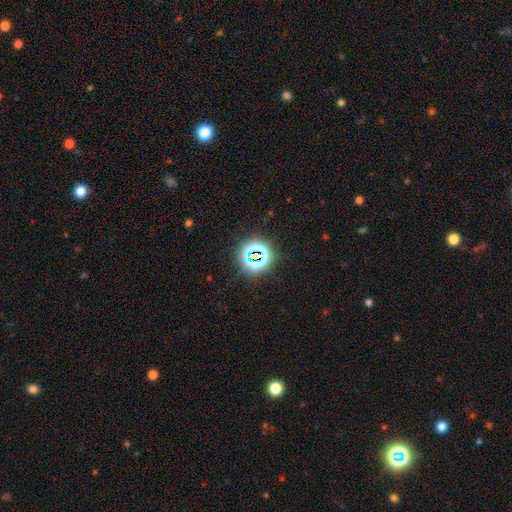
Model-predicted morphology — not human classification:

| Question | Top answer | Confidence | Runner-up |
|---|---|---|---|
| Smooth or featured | star or artifact | 66% | smooth (25%) |